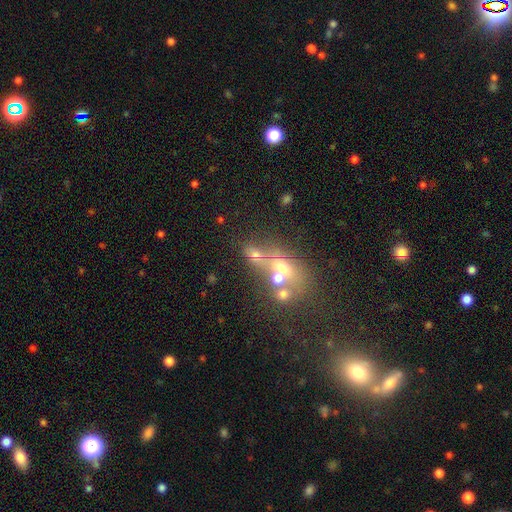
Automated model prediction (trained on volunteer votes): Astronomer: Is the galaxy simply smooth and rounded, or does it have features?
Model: smooth — 50% (runner-up: star or artifact, 25%).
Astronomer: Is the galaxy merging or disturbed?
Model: merger — 44% (runner-up: none, 33%).